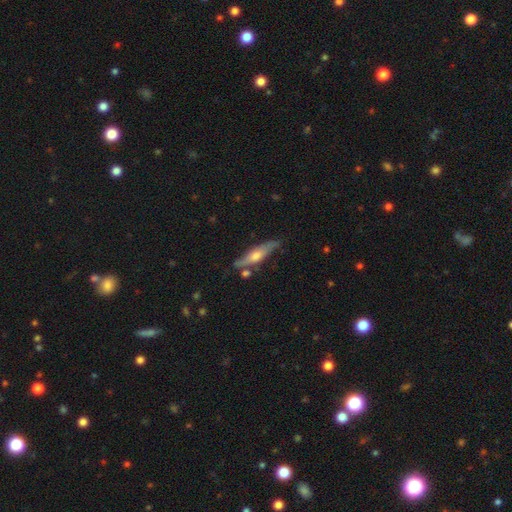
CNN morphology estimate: This is likely a featured or disk galaxy (62%). It is clearly viewed edge-on (89%). Edge-on bulge: clearly rounded (87%). Merging: likely none (74%).